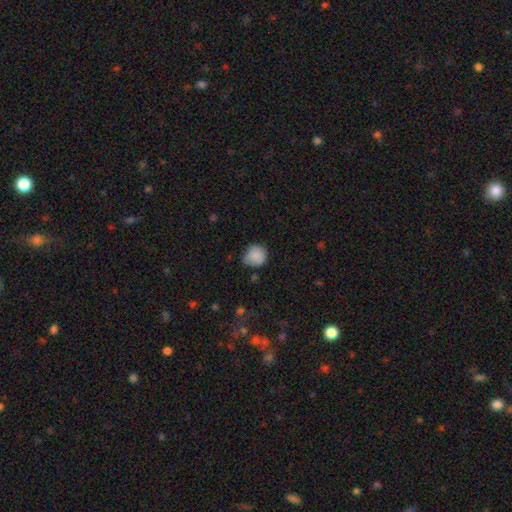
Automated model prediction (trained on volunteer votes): Smooth or featured? Predicted: smooth (p=0.85). How rounded? Predicted: round (p=0.81). Merging? Predicted: none (p=0.58).